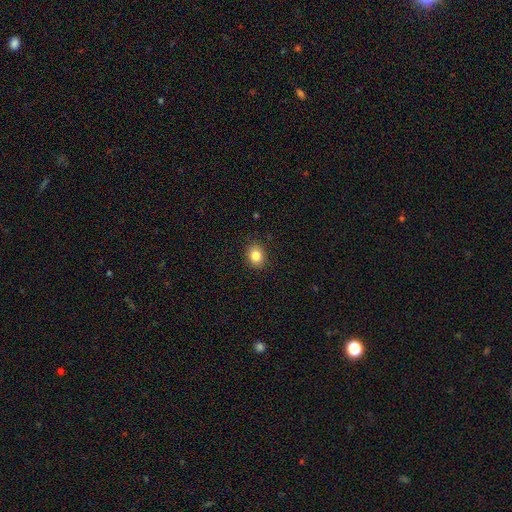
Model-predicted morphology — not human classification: Smooth or featured? Predicted: smooth (p=0.83). How rounded? Predicted: round (p=0.59). Merging? Predicted: none (p=0.90).